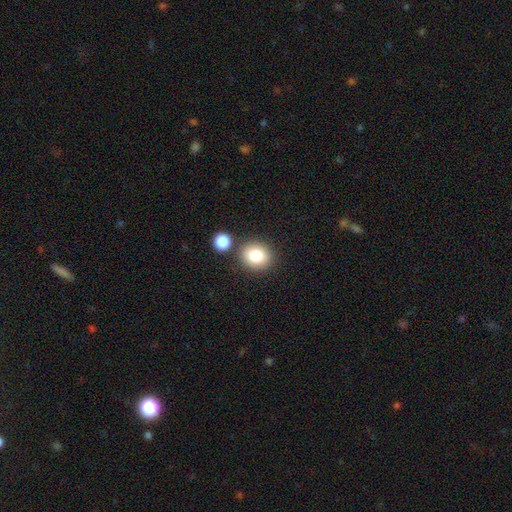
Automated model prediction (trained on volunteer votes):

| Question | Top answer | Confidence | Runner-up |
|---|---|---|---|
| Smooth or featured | smooth | 83% | star or artifact (10%) |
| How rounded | round | 73% | in between (26%) |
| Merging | none | 78% | merger (11%) |